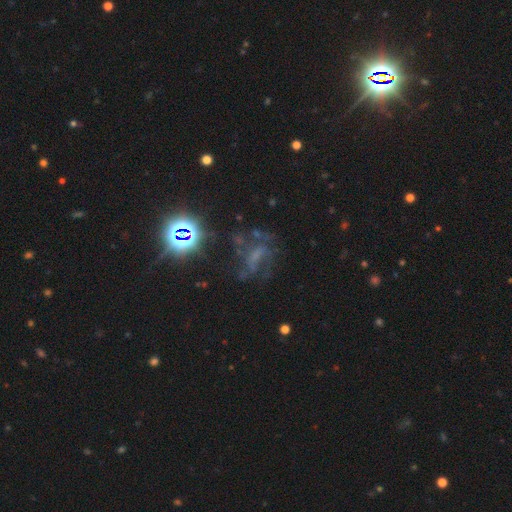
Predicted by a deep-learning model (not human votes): Overall: featured or disk (42%; star or artifact 40%). Merging: none (48%; major disturbance 29%).